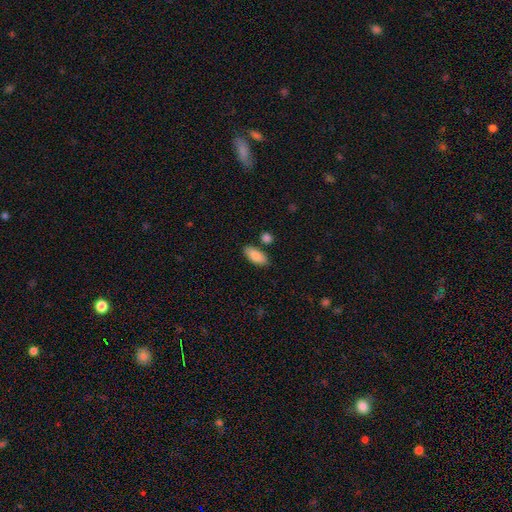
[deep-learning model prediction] Smooth or featured? Predicted: smooth (p=0.87). How rounded? Predicted: in between (p=0.89). Merging? Predicted: none (p=0.80).